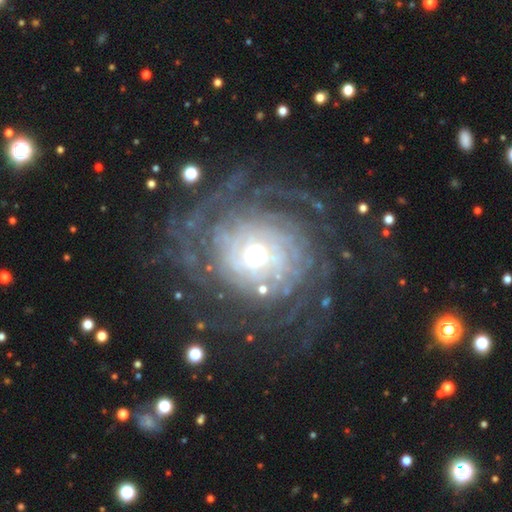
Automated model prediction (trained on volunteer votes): Smooth or featured: featured or disk — 88% (star or artifact — 7%)
Edge-on disk: no — 97% (yes — 3%)
Bar: no — 70% (weak — 22%)
Spiral arms: yes — 95% (no — 5%)
Spiral winding: tight — 75% (medium — 18%)
Spiral arm count: can't tell — 33% (more than 4 — 24%)
Bulge size: moderate — 60% (small — 25%)
Merging: none — 70% (major disturbance — 14%)